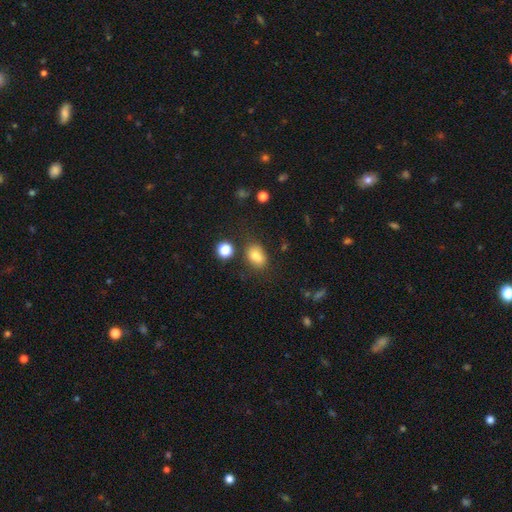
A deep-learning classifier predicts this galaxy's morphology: This is likely a smooth galaxy (79%). How rounded: likely in between (75%). Merging: likely none (65%).